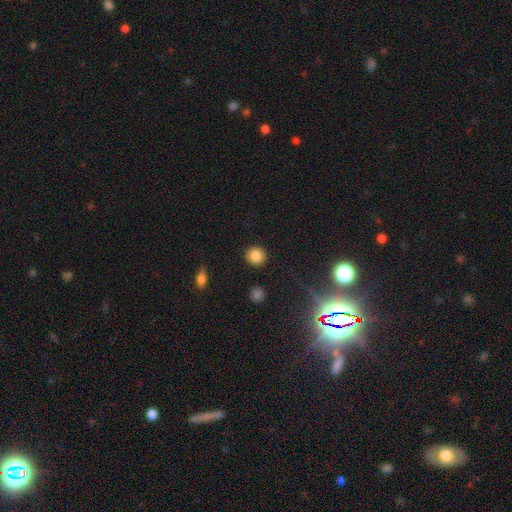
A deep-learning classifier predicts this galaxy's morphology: smooth_or_featured: smooth (p=0.84) [alt: star or artifact p=0.11]
how_rounded: round (p=0.92) [alt: in between p=0.07]
merging: none (p=0.91) [alt: minor disturbance p=0.05]